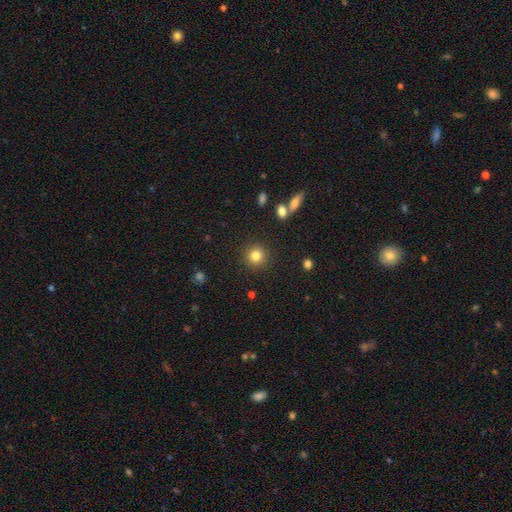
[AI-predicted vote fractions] Overall: smooth (82%). How rounded: round (93%). Merging: none (90%).